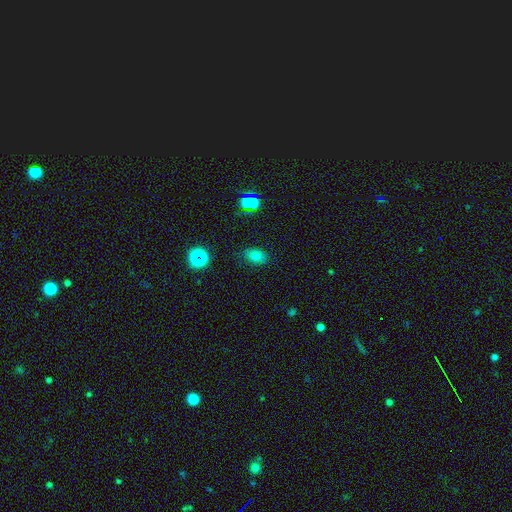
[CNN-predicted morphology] Smooth or featured: smooth — 77% (star or artifact — 16%)
How rounded: in between — 81% (round — 17%)
Merging: none — 79% (minor disturbance — 15%)